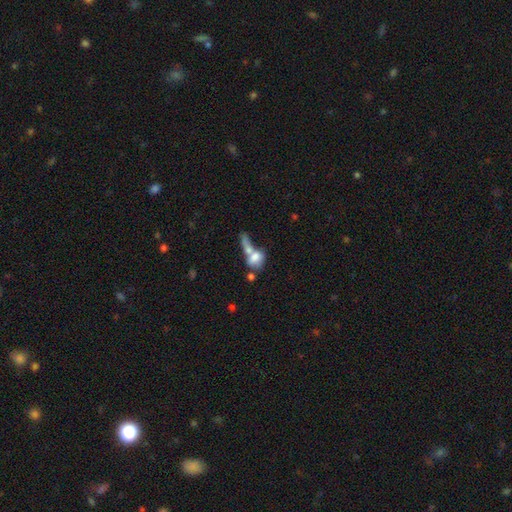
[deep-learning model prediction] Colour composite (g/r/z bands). It shows a smooth galaxy with no disk features (66%) that is in between round and cigar-shaped (68%). Merging: merger (63%).